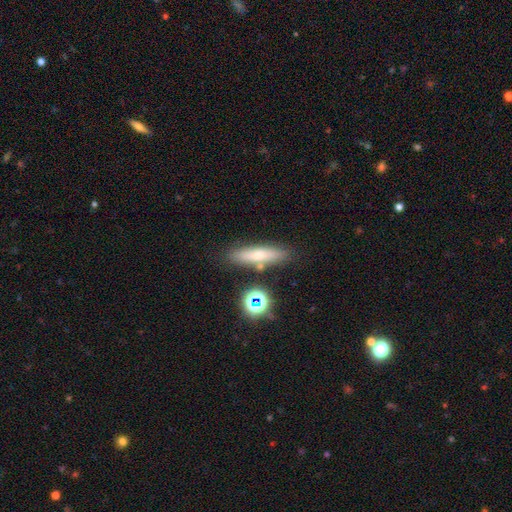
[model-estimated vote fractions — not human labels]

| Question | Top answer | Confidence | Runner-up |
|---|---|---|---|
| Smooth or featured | smooth | 63% | featured or disk (24%) |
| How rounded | cigar-shaped | 74% | in between (21%) |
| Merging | none | 79% | minor disturbance (11%) |